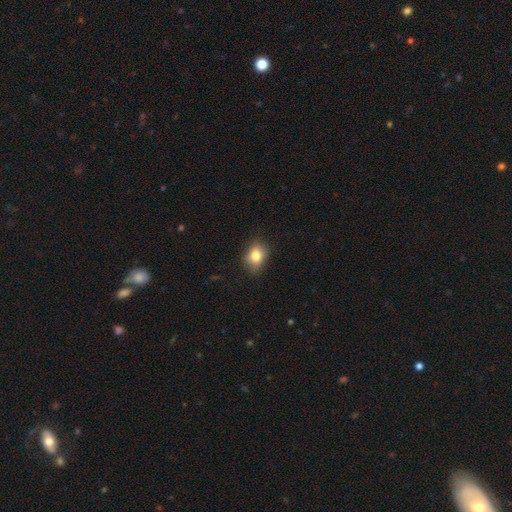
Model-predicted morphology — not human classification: A smooth galaxy with no disk features (80%) that is in between round and cigar-shaped (66%).

Vote fractions:
- Smooth or featured? smooth: 80% / featured or disk: 10% / star or artifact: 10%
- How rounded? in between: 66% / round: 33% / cigar-shaped: 2%
- Merging? none: 78% / minor disturbance: 17% / major disturbance: 4% / merger: 1%